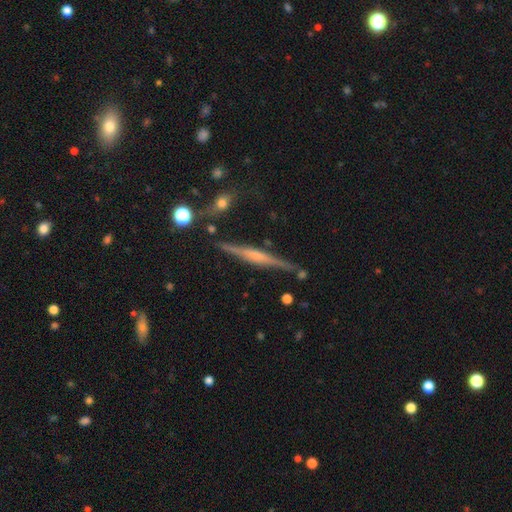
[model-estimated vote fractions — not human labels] Morphology: type=featured or disk (75%); edge-on=yes (97%); edge-on bulge=rounded (49%); merging=none (84%).